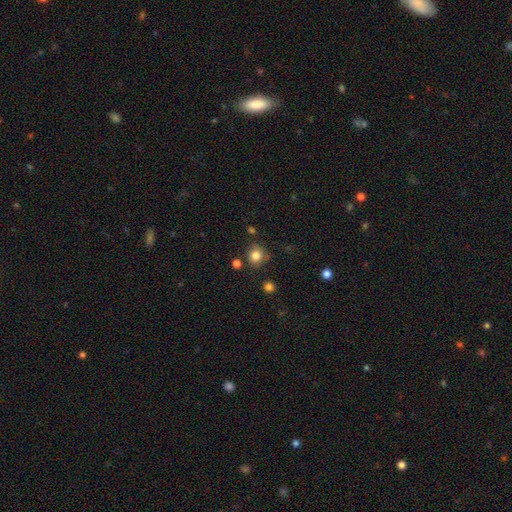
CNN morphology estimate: A smooth galaxy with no disk features (82%) that is round (85%).

Vote fractions:
- Smooth or featured? smooth: 82% / star or artifact: 12% / featured or disk: 6%
- How rounded? round: 85% / in between: 14% / cigar-shaped: 1%
- Merging? none: 78% / minor disturbance: 14% / merger: 5% / major disturbance: 4%